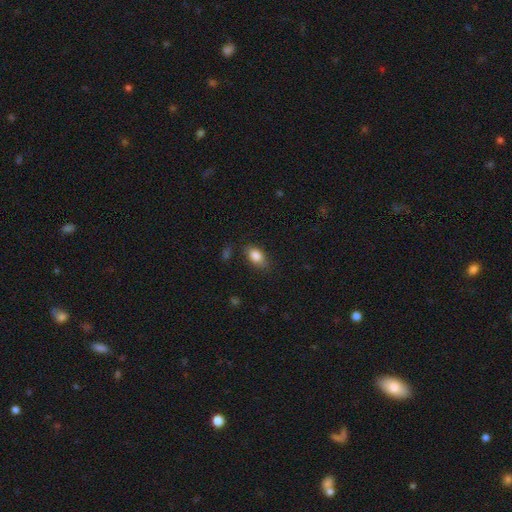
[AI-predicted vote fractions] Morphology: type=smooth (85%); roundness=in between (88%); merging=none (79%).